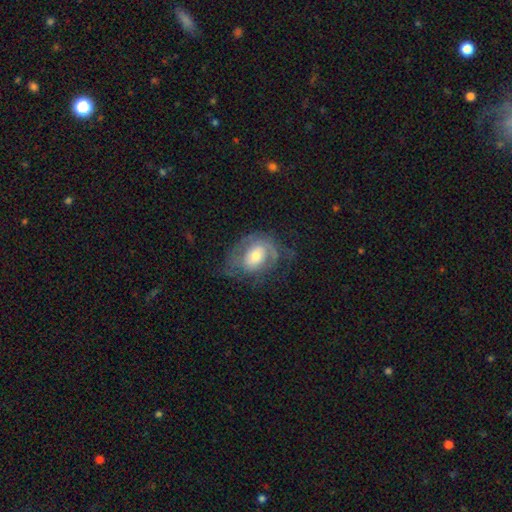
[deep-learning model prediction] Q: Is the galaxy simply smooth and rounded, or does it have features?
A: featured or disk — 64%.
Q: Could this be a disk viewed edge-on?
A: no — 96%.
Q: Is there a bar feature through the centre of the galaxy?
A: no — 60%.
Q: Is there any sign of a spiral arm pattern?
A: yes — 75%.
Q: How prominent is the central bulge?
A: moderate — 59%.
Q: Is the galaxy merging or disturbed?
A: none — 53%.